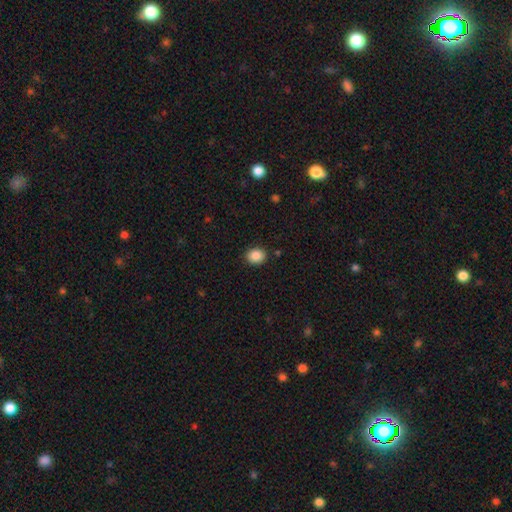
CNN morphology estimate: type=smooth (87%); roundness=round (61%); merging=none (88%).